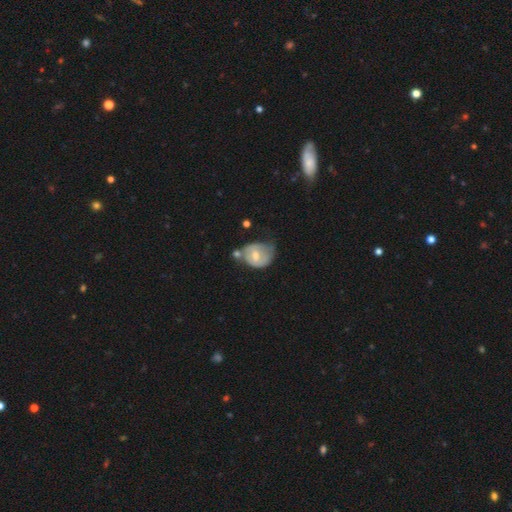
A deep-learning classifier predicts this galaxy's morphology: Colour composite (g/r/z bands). It shows a smooth galaxy with no disk features (50%). Merging: none (34%).